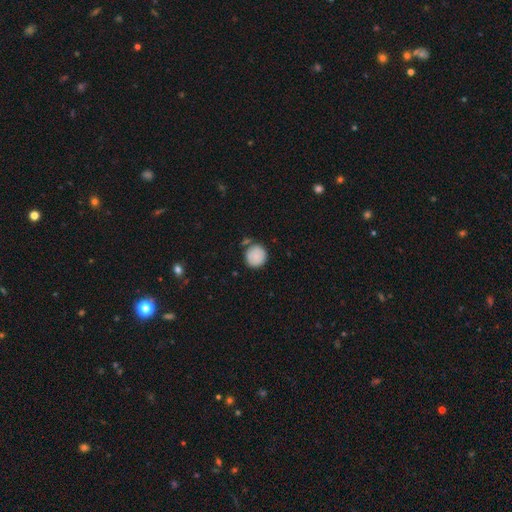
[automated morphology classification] Smooth or featured? Predicted: smooth (p=0.84). How rounded? Predicted: round (p=0.92). Merging? Predicted: none (p=0.72).